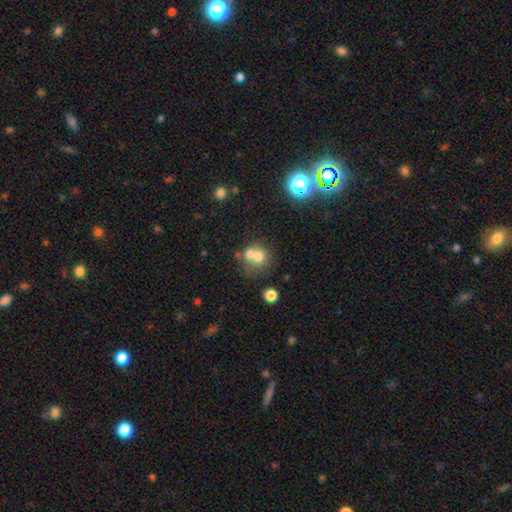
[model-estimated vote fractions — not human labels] The model was most divided on "merging": merger: 54%, none: 34%, minor disturbance: 8%, major disturbance: 4%. More confident: how rounded — round (78%); smooth or featured — smooth (66%).